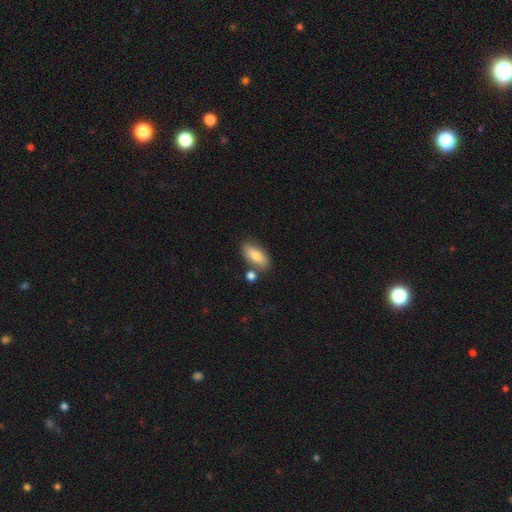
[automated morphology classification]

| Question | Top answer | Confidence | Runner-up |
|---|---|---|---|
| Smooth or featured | smooth | 79% | featured or disk (14%) |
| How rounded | in between | 81% | cigar-shaped (15%) |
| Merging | none | 74% | minor disturbance (12%) |